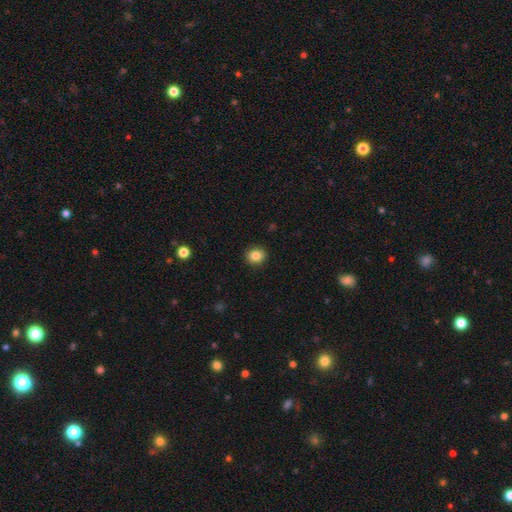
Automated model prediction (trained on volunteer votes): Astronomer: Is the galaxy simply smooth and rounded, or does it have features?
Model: smooth — 85%.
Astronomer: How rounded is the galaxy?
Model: round — 75%.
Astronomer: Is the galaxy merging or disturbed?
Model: none — 91%.